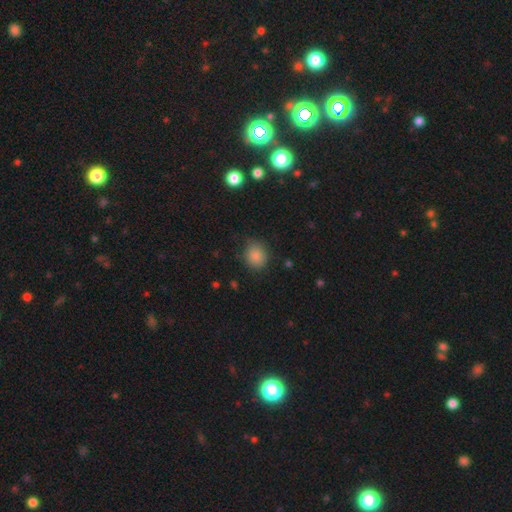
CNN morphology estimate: Q: Smooth or featured?
A: smooth (86%); runner-up: star or artifact (10%)
Q: How rounded?
A: round (71%); runner-up: in between (28%)
Q: Merging?
A: none (80%); runner-up: minor disturbance (15%)